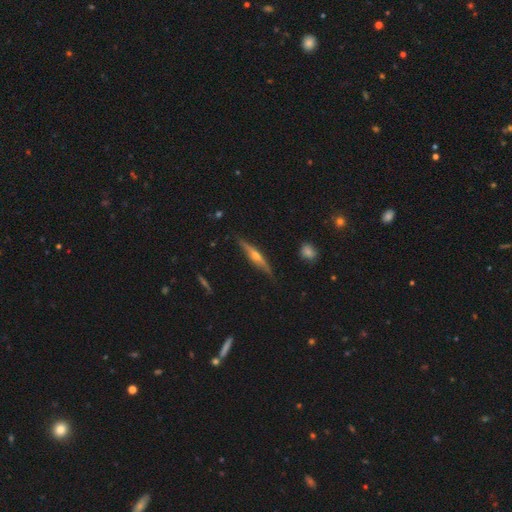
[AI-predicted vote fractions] smooth-or-featured: featured or disk: 71% | smooth: 22% | star or artifact: 6%
  disk-edge-on: yes: 95% | no: 5%
    edge-on-bulge: rounded: 87% | none: 8% | boxy: 5%
  merging: none: 83% | minor disturbance: 13% | major disturbance: 2% | merger: 1%